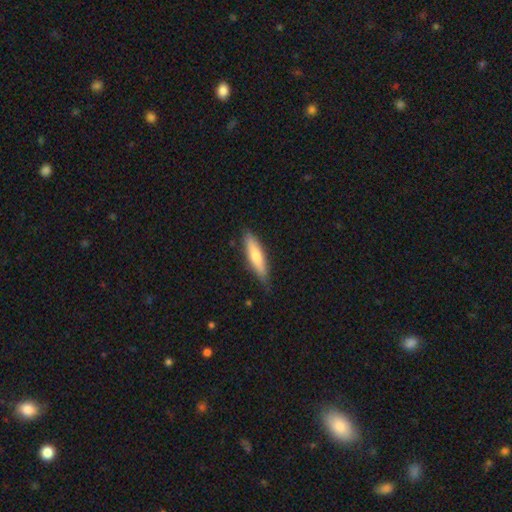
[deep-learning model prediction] This is likely a smooth galaxy (64%). How rounded: likely cigar-shaped (79%). Merging: clearly none (83%).